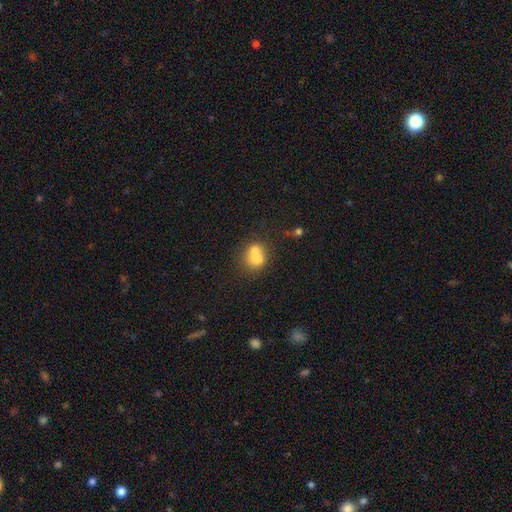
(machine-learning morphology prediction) Smooth or featured?
  - smooth: 69% *
  - featured or disk: 20%
  - star or artifact: 11%
How rounded?
  - round: 65% *
  - in between: 34%
  - cigar-shaped: 1%
Merging?
  - merger: 55% *
  - none: 30%
  - minor disturbance: 9%
  - major disturbance: 5%